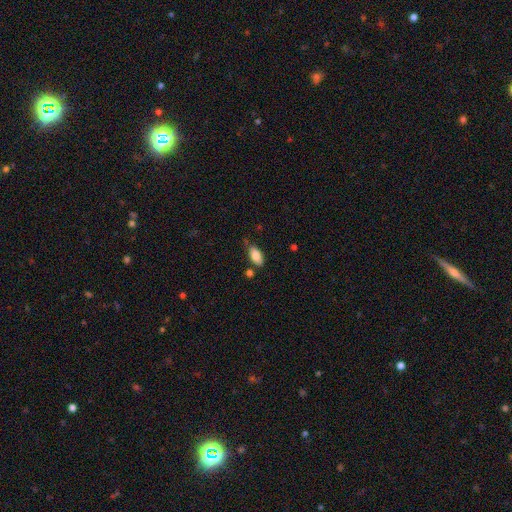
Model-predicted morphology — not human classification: Smooth or featured?
  - smooth: 84% *
  - featured or disk: 9%
  - star or artifact: 7%
How rounded?
  - in between: 92% *
  - cigar-shaped: 6%
  - round: 3%
Merging?
  - none: 72% *
  - minor disturbance: 18%
  - merger: 6%
  - major disturbance: 4%